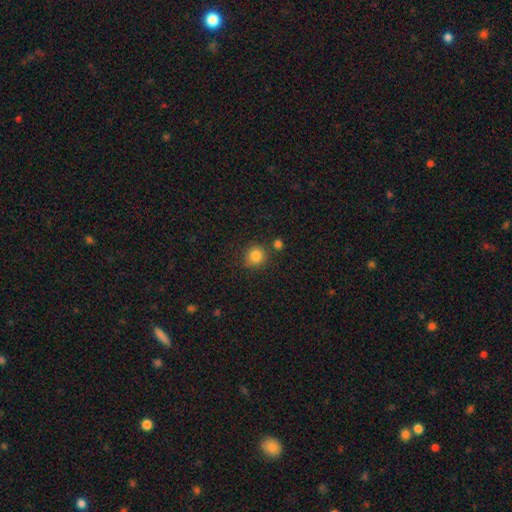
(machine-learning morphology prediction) Smooth or featured?
  - smooth: 84% *
  - star or artifact: 11%
  - featured or disk: 5%
How rounded?
  - round: 87% *
  - in between: 13%
  - cigar-shaped: 1%
Merging?
  - none: 77% *
  - minor disturbance: 12%
  - merger: 8%
  - major disturbance: 3%